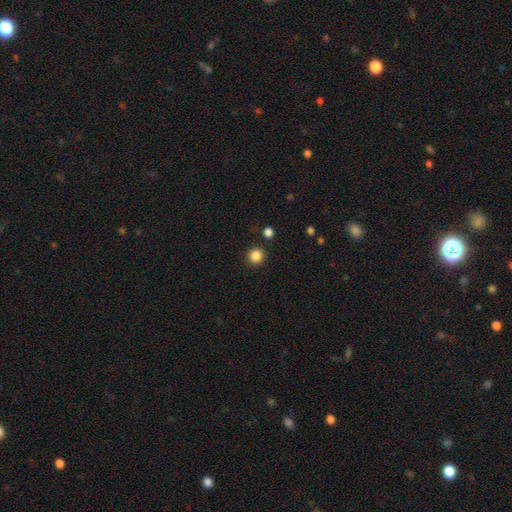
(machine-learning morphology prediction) Smooth or featured: smooth — 85% (star or artifact — 11%)
How rounded: round — 92% (in between — 7%)
Merging: none — 89% (minor disturbance — 6%)